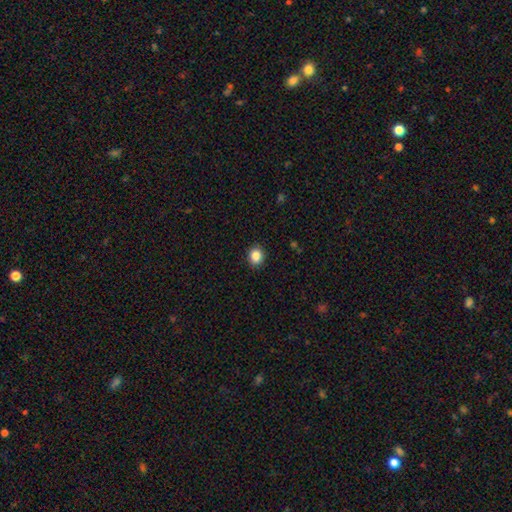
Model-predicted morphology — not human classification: smooth 86%, star or artifact 10%, featured or disk 4%. Down the decision tree: how rounded — round (72%); merging — none (91%).